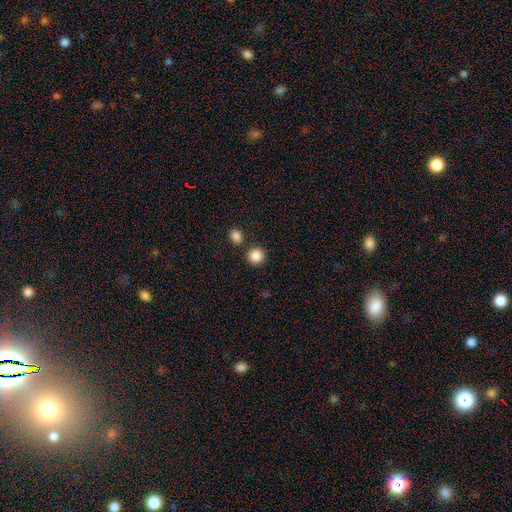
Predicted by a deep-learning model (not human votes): Smooth or featured: smooth — 87% (star or artifact — 10%)
How rounded: round — 92% (in between — 7%)
Merging: none — 82% (merger — 9%)